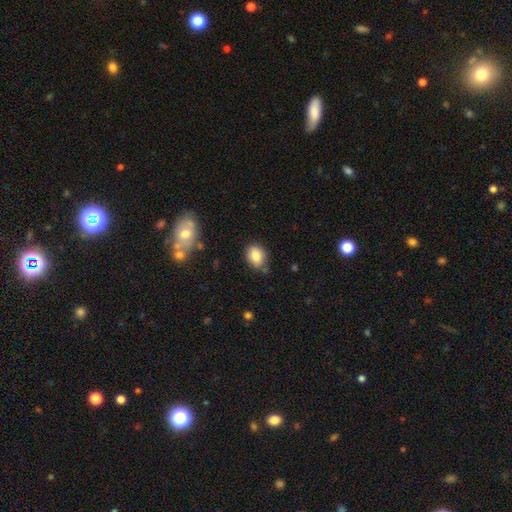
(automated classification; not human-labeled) Overall: smooth (83%). How rounded: in between (63%; round 36%). Merging: none (72%).